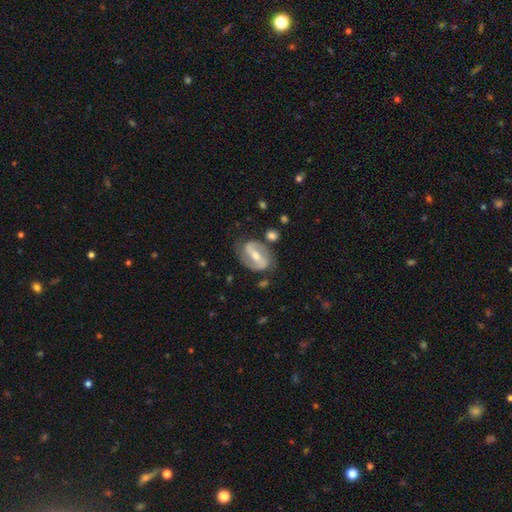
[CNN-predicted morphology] type=featured or disk (84%); edge-on=no (96%); bar=strong (64%); spiral arms=yes (91%); winding=medium (48%); arm count=2 (89%); bulge=moderate (54%); merging=none (76%).